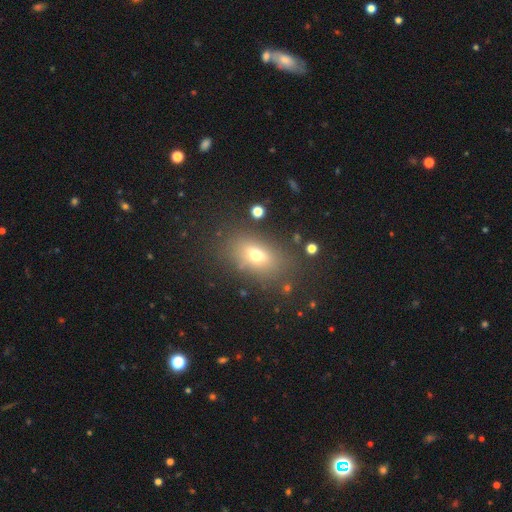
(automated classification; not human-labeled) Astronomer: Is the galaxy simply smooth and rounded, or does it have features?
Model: smooth — 66%.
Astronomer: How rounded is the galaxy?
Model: in between — 78%.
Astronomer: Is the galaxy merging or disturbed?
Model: none — 78%.